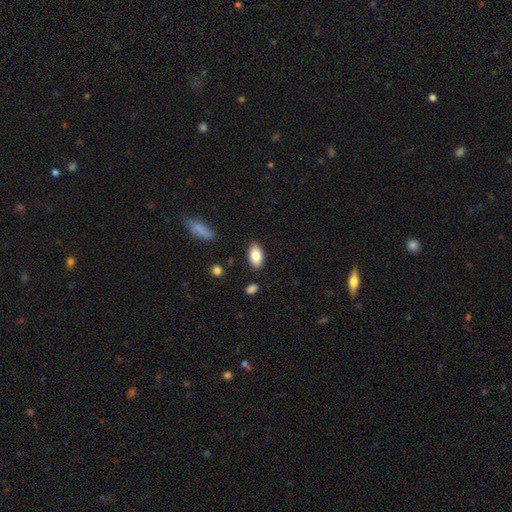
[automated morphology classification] smooth 84%, featured or disk 9%, star or artifact 7%. Down the decision tree: how rounded — in between (93%); merging — none (86%).